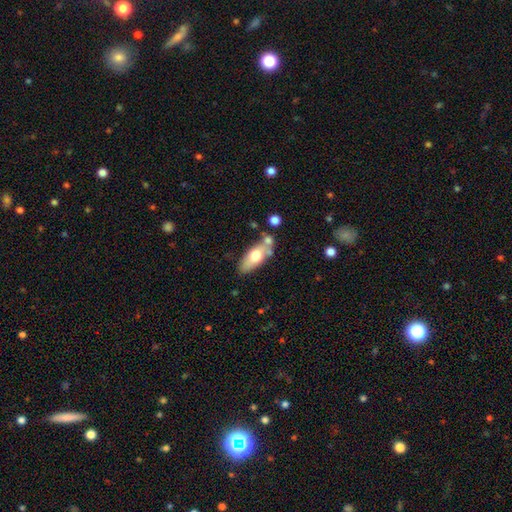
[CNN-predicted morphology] The model was most divided on "smooth or featured": smooth: 62%, featured or disk: 32%, star or artifact: 6%. More confident: how rounded — in between (77%); merging — none (59%).